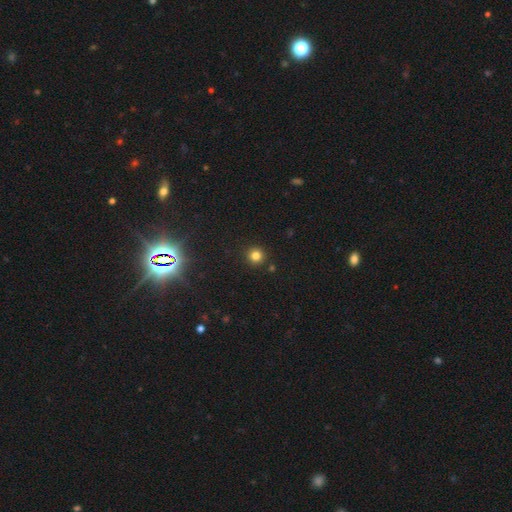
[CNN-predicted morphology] This is clearly a smooth galaxy (80%). How rounded: clearly round (94%). Merging: clearly none (90%).